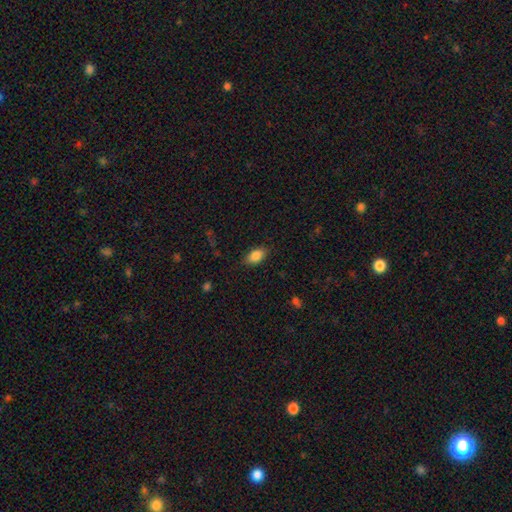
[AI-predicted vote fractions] Q: Smooth or featured?
A: smooth (86%); runner-up: star or artifact (8%)
Q: How rounded?
A: in between (90%); runner-up: round (6%)
Q: Merging?
A: none (84%); runner-up: minor disturbance (12%)